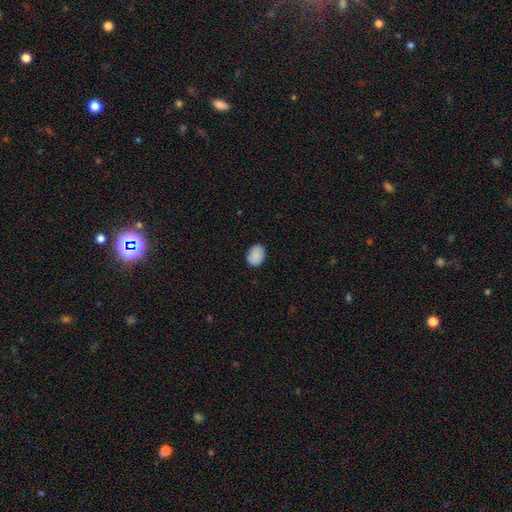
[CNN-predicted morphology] Smooth or featured? Predicted: smooth (p=0.87). How rounded? Predicted: in between (p=0.70). Merging? Predicted: none (p=0.82).